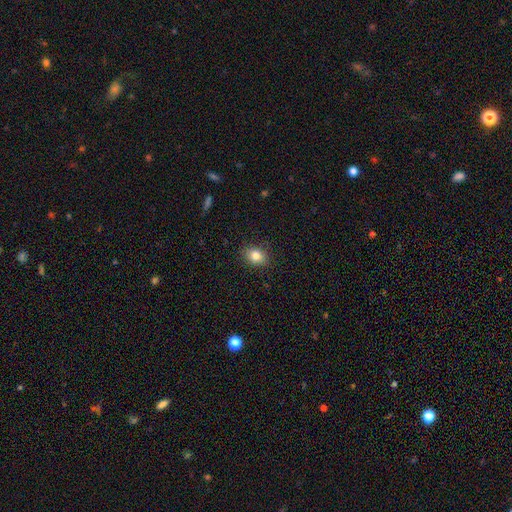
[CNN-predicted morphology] Smooth or featured: smooth — 82% (star or artifact — 10%)
How rounded: in between — 63% (round — 36%)
Merging: none — 88% (minor disturbance — 9%)